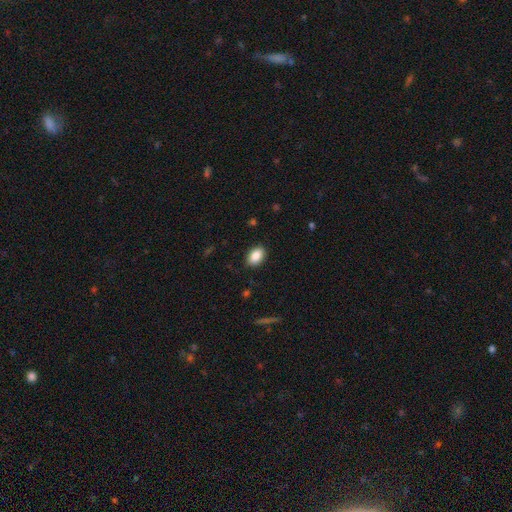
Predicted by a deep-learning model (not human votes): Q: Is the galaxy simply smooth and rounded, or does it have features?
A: smooth — 88%.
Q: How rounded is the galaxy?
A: in between — 88%.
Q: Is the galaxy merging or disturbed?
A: none — 88%.